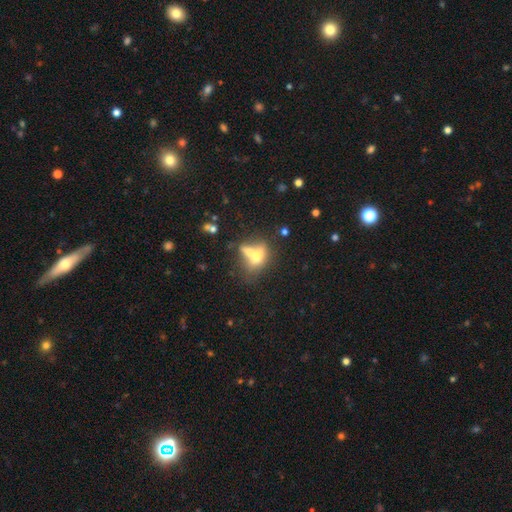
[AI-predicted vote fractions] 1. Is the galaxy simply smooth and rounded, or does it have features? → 63% smooth, 27% featured or disk, 11% star or artifact.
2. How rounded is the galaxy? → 70% in between, 19% round, 11% cigar-shaped.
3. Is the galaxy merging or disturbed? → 53% merger, 28% none, 10% minor disturbance, 9% major disturbance.